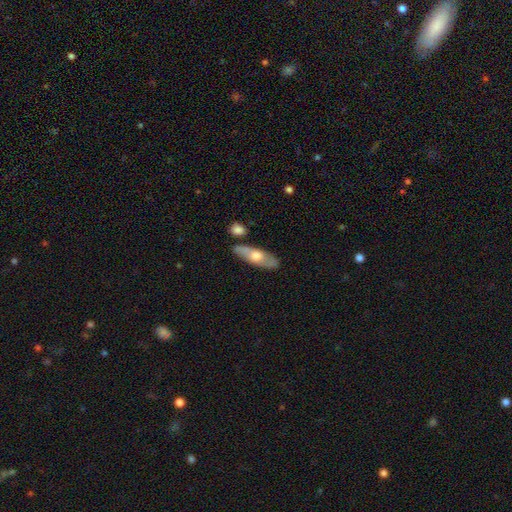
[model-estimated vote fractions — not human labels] Smooth or featured: featured or disk — 51% (smooth — 43%)
Edge-on disk: yes — 51% (no — 49%)
Merging: none — 77% (minor disturbance — 13%)